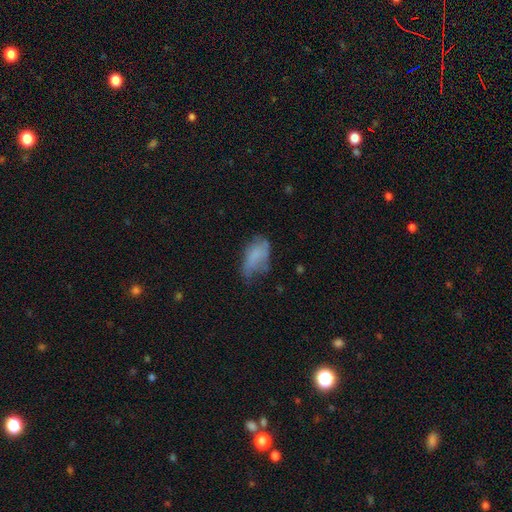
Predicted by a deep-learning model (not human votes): smooth 64%, featured or disk 26%, star or artifact 10%. Down the decision tree: how rounded — in between (91%); merging — none (36%).